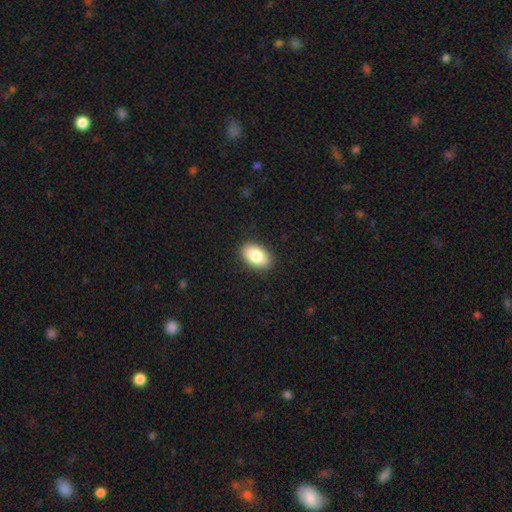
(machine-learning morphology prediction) Q: Smooth or featured?
A: smooth (85%); runner-up: featured or disk (8%)
Q: How rounded?
A: in between (93%); runner-up: round (6%)
Q: Merging?
A: none (90%); runner-up: minor disturbance (8%)